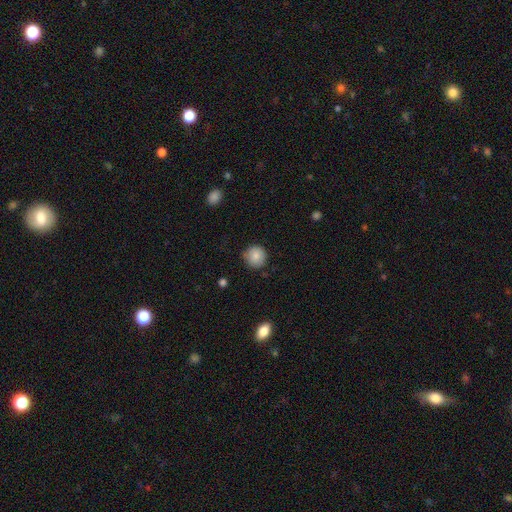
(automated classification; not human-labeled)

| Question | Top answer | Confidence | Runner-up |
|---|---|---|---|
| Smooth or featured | smooth | 85% | star or artifact (8%) |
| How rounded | round | 92% | in between (7%) |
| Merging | none | 83% | minor disturbance (13%) |